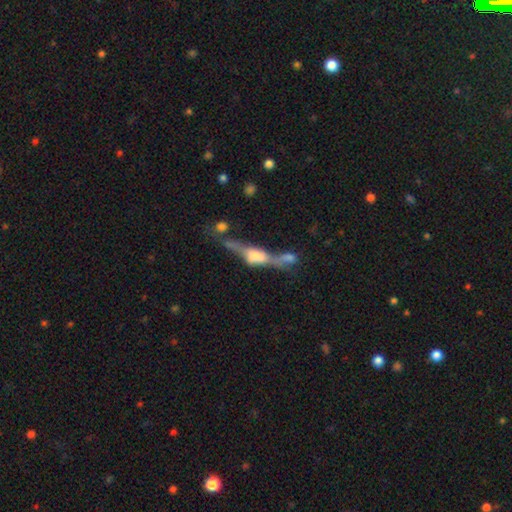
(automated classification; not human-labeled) Smooth or featured? Predicted: featured or disk (p=0.66). Edge-on disk? Predicted: yes (p=0.76). Edge-on bulge? Predicted: rounded (p=0.66). Merging? Predicted: merger (p=0.37).